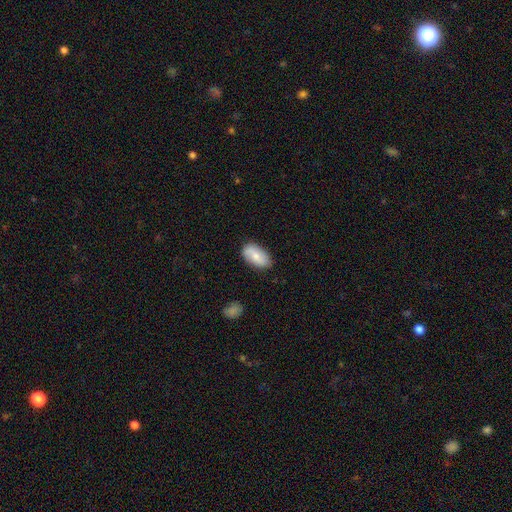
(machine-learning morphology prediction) A smooth galaxy with no disk features (66%) that is in between round and cigar-shaped (93%).

Vote fractions:
- Smooth or featured? smooth: 66% / featured or disk: 27% / star or artifact: 6%
- How rounded? in between: 93% / round: 4% / cigar-shaped: 3%
- Merging? none: 79% / minor disturbance: 17% / major disturbance: 3% / merger: 2%